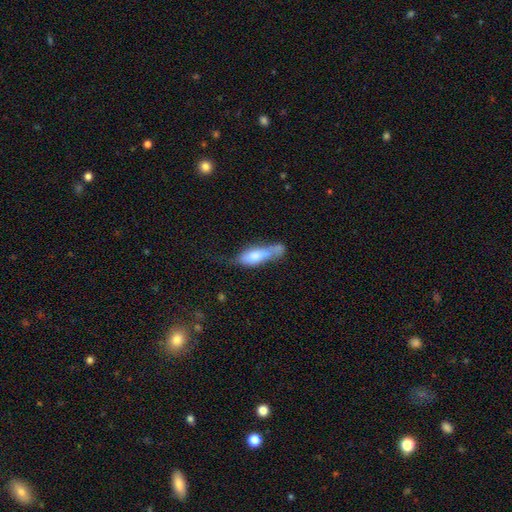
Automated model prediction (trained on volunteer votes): smooth_or_featured: smooth (p=0.69) [alt: featured or disk p=0.24]
how_rounded: in between (p=0.50) [alt: cigar-shaped p=0.47]
merging: minor disturbance (p=0.27) [tied with: none p=0.27]